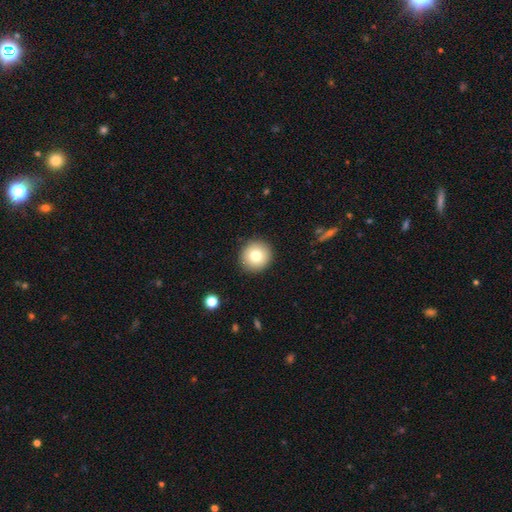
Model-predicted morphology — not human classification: Smooth or featured? Predicted: smooth (p=0.77). How rounded? Predicted: round (p=0.95). Merging? Predicted: none (p=0.92).